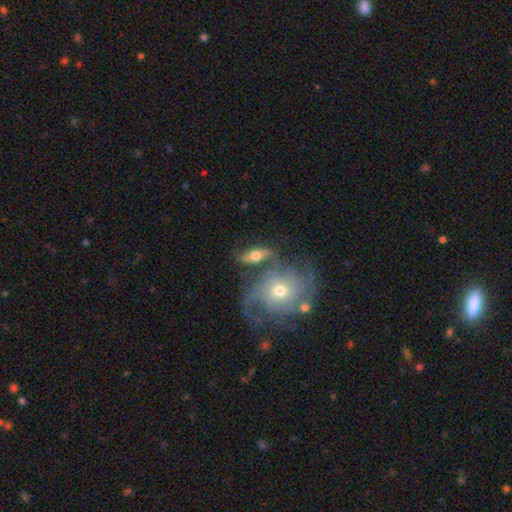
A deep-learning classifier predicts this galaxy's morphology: A featured or disk galaxy (55%). Merging: none (43%).